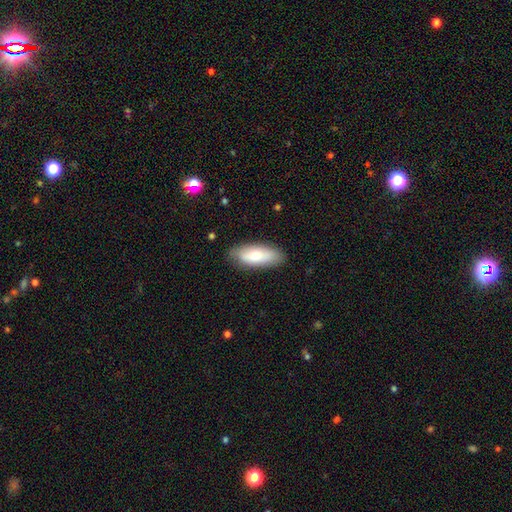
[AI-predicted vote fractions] Smooth or featured?
  - smooth: 75% *
  - featured or disk: 19%
  - star or artifact: 6%
How rounded?
  - in between: 75% *
  - cigar-shaped: 23%
  - round: 2%
Merging?
  - none: 82% *
  - minor disturbance: 14%
  - major disturbance: 3%
  - merger: 1%